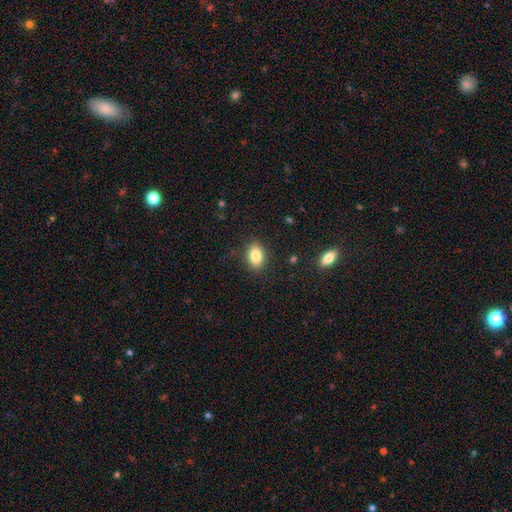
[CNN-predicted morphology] This is clearly a smooth galaxy (83%). How rounded: likely in between (77%). Merging: clearly none (87%).